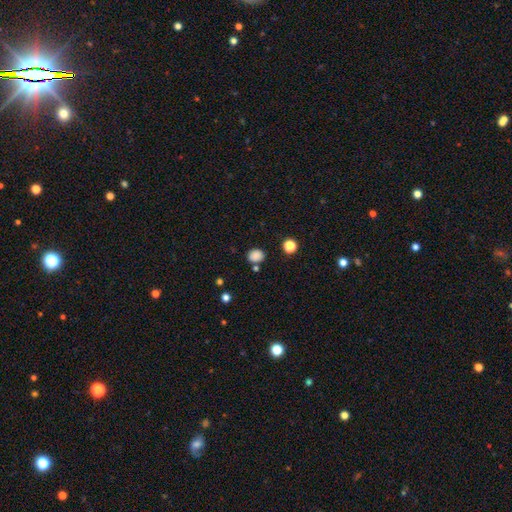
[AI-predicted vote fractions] Q: Smooth or featured?
A: smooth (84%); runner-up: star or artifact (12%)
Q: How rounded?
A: round (53%); runner-up: in between (46%)
Q: Merging?
A: none (76%); runner-up: minor disturbance (13%)